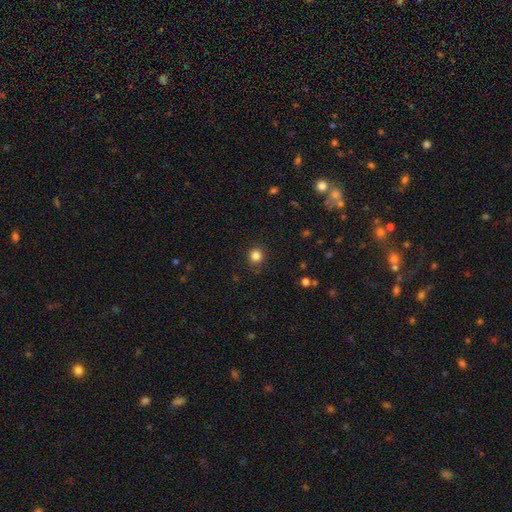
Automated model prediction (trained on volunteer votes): smooth-or-featured: smooth: 83% | star or artifact: 12% | featured or disk: 4%
  how-rounded: round: 89% | in between: 10% | cigar-shaped: 1%
  merging: none: 87% | minor disturbance: 9% | major disturbance: 3% | merger: 1%